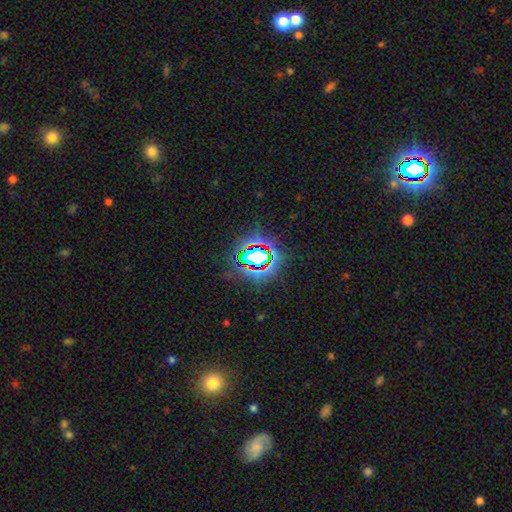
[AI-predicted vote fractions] The model was most divided on "smooth or featured": star or artifact: 73%, smooth: 16%, featured or disk: 11%.